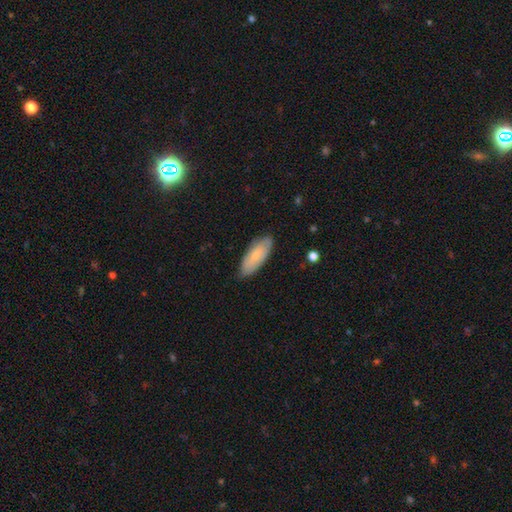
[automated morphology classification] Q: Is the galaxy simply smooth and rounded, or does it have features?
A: smooth — 62%.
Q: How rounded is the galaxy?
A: in between — 79%.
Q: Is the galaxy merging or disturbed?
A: none — 79%.